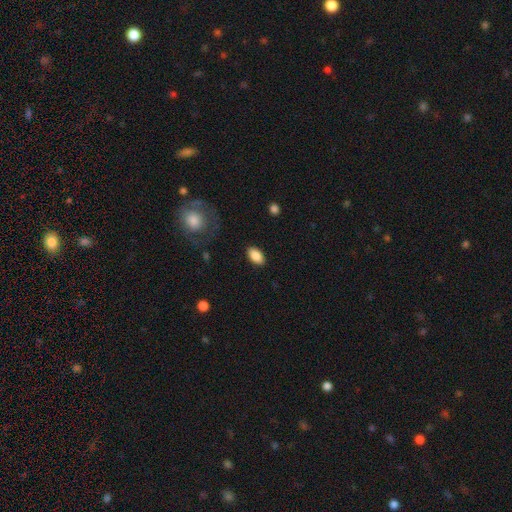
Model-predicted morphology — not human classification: This appears to be a smooth galaxy with no disk features (87%) that is in between round and cigar-shaped (93%). Merging: none (88%).